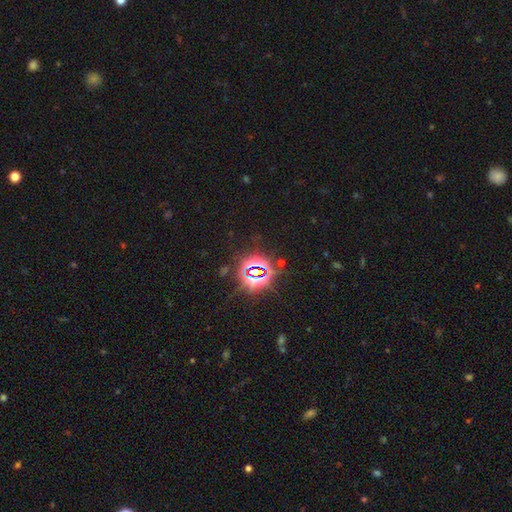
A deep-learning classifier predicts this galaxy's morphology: This appears to be a star or artifact, not a galaxy (81%).